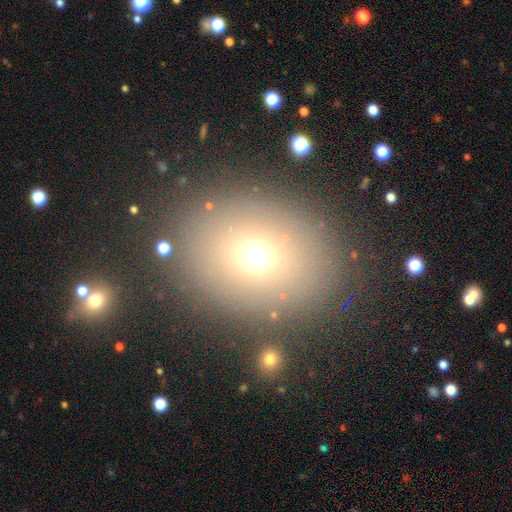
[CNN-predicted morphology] smooth_or_featured: smooth (p=0.68) [alt: star or artifact p=0.20]
how_rounded: round (p=0.51) [alt: in between p=0.48]
merging: none (p=0.83) [alt: minor disturbance p=0.09]